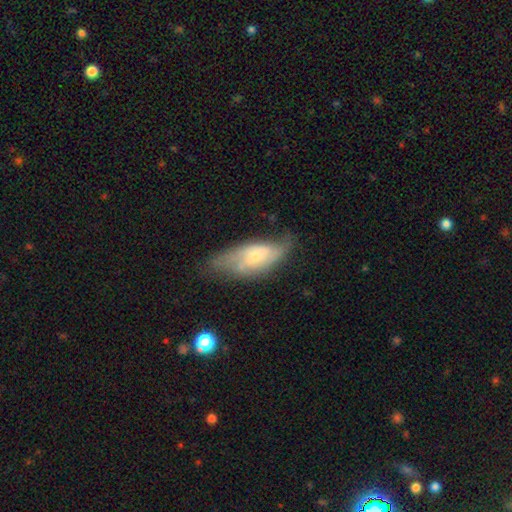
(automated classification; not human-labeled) The model was most divided on "merging": none: 52%, minor disturbance: 31%, major disturbance: 14%, merger: 3%. More confident: edge-on disk — no (85%); smooth or featured — featured or disk (57%).